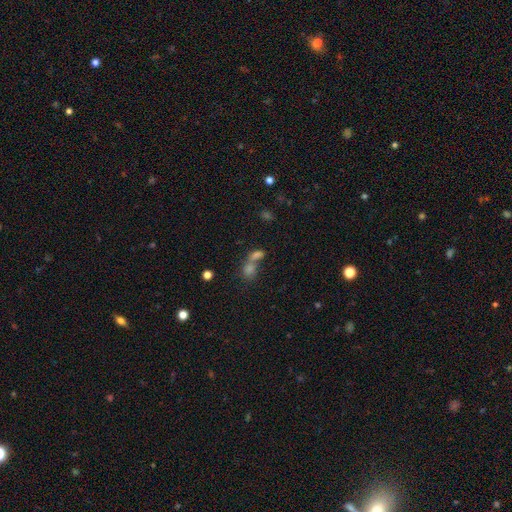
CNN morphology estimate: This appears to be a smooth galaxy with no disk features (68%) that is in between round and cigar-shaped (58%). Merging: merger (54%).